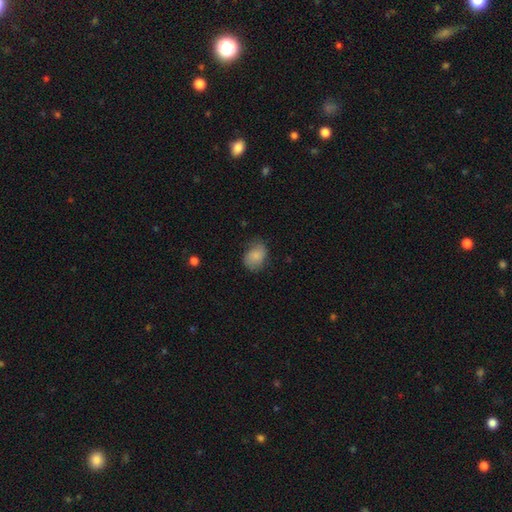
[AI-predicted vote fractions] Overall: smooth (78%). How rounded: in between (70%). Merging: none (64%; minor disturbance 27%).